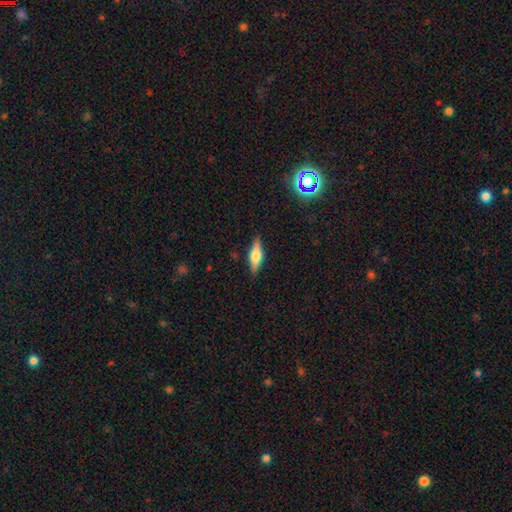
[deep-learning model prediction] smooth_or_featured: smooth (p=0.47) [alt: featured or disk p=0.45]
merging: none (p=0.87) [alt: minor disturbance p=0.10]